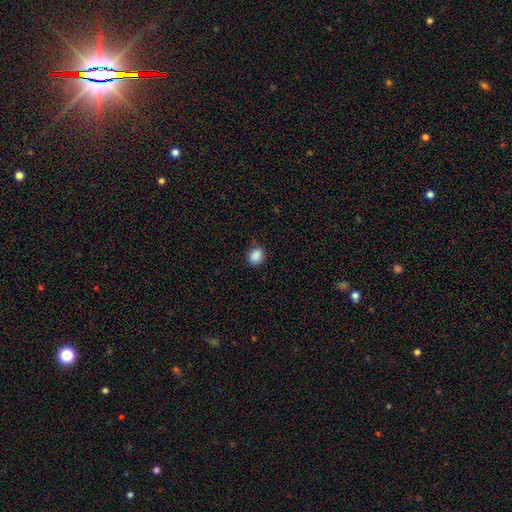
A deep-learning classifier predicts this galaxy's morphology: A smooth galaxy with no disk features (88%) that is round (59%).

Vote fractions:
- Smooth or featured? smooth: 88% / star or artifact: 10% / featured or disk: 3%
- How rounded? round: 59% / in between: 40% / cigar-shaped: 1%
- Merging? none: 80% / minor disturbance: 15% / major disturbance: 3% / merger: 1%